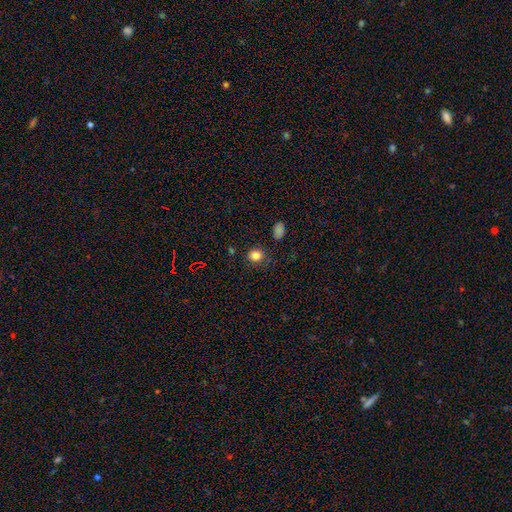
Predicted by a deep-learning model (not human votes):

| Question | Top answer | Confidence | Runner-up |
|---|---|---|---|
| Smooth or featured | smooth | 83% | star or artifact (12%) |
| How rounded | round | 76% | in between (23%) |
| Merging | none | 81% | minor disturbance (12%) |